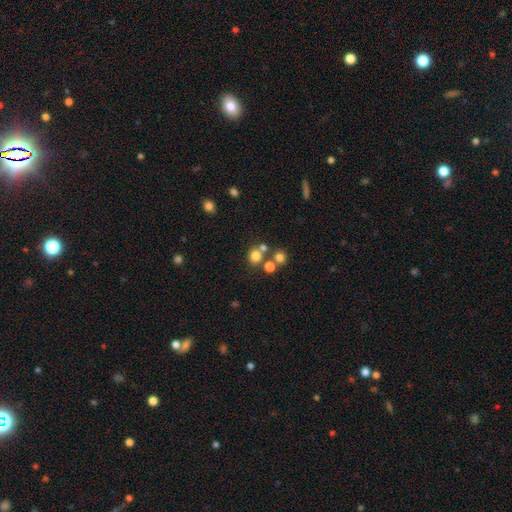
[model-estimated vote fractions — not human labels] Smooth or featured? smooth (74%)
How rounded? round (84%)
Merging? none (62%)